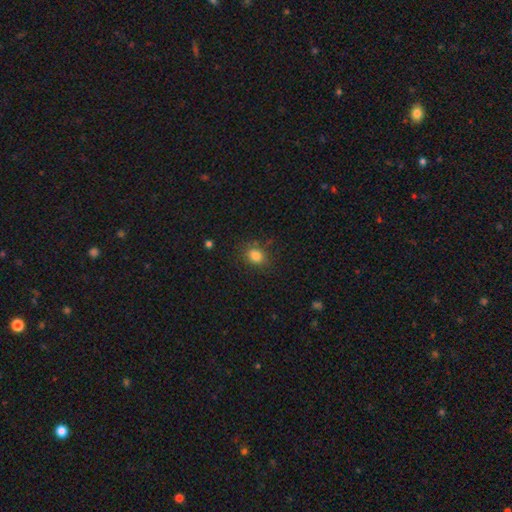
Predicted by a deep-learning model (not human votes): Smooth or featured? Predicted: smooth (p=0.82). How rounded? Predicted: in between (p=0.54). Merging? Predicted: none (p=0.75).